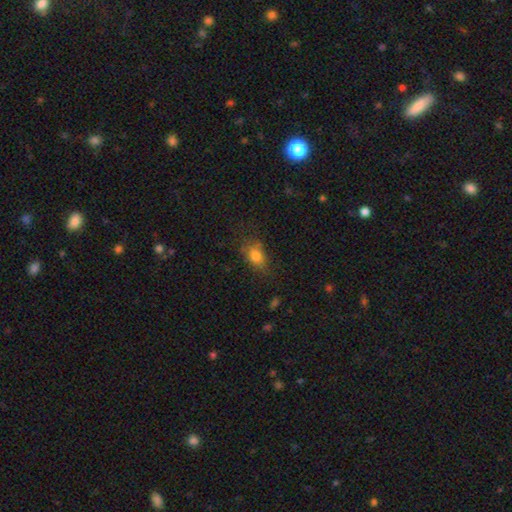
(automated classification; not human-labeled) A smooth galaxy with no disk features (78%) that is in between round and cigar-shaped (73%). Merging: none (61%).